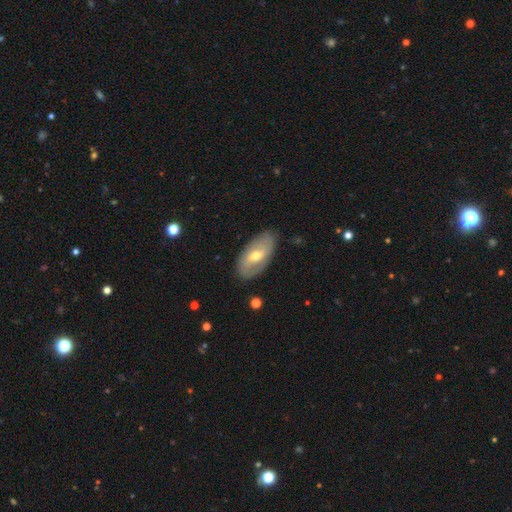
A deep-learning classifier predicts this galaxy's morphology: Smooth or featured? Predicted: featured or disk (p=0.56). Edge-on disk? Predicted: no (p=0.87). Merging? Predicted: none (p=0.81).